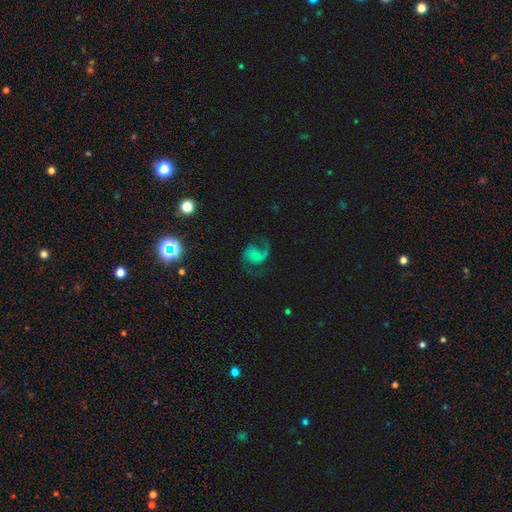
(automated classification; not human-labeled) A featured or disk galaxy (87%) with no bar (66%), 2 (91%) medium (53%) spiral arms (97%) and a small central bulge (63%). Merging: none (71%).